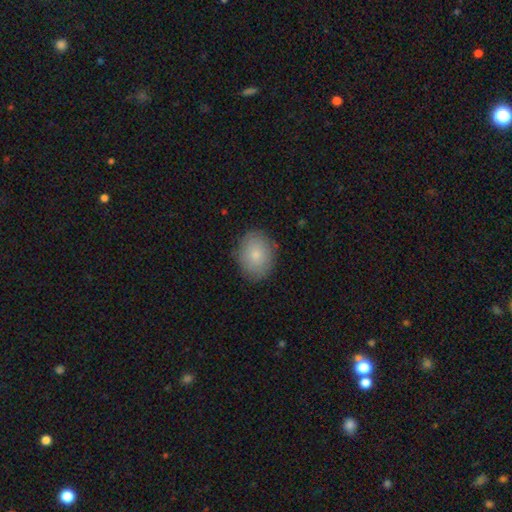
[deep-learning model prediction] This is clearly a smooth galaxy (81%). How rounded: possibly in between (50%). Merging: clearly none (84%).